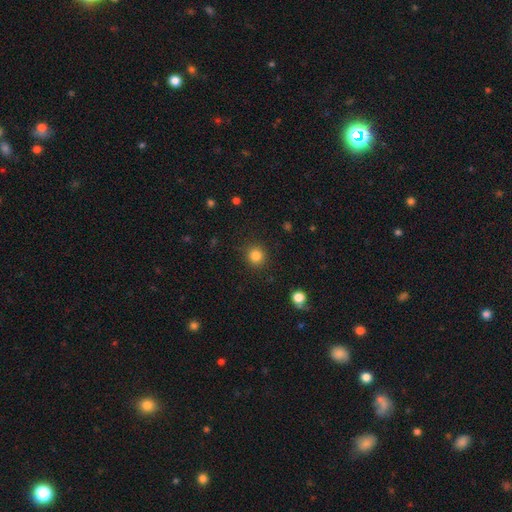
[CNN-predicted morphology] Smooth or featured?
  - smooth: 84% *
  - star or artifact: 12%
  - featured or disk: 4%
How rounded?
  - round: 92% *
  - in between: 7%
  - cigar-shaped: 1%
Merging?
  - none: 90% *
  - minor disturbance: 7%
  - major disturbance: 2%
  - merger: 1%